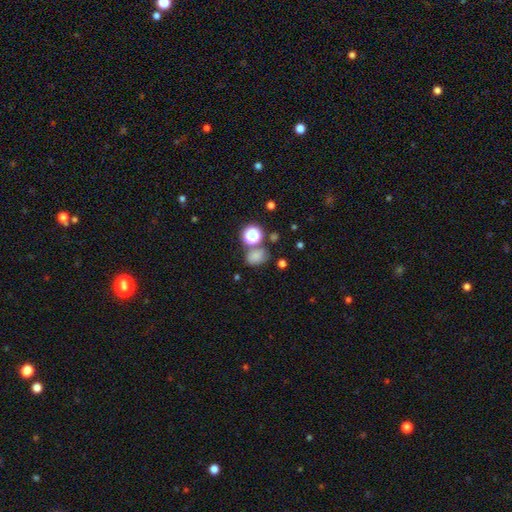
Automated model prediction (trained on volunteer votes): Smooth or featured? smooth (67%)
How rounded? in between (60%)
Merging? none (53%)